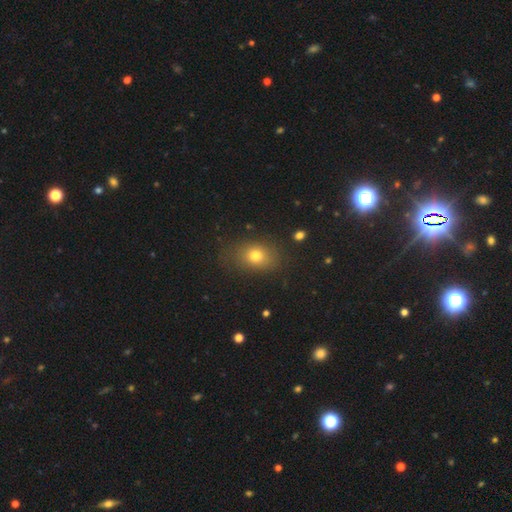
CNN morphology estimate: This appears to be a smooth galaxy with no disk features (76%) that is in between round and cigar-shaped (63%). Merging: none (79%).